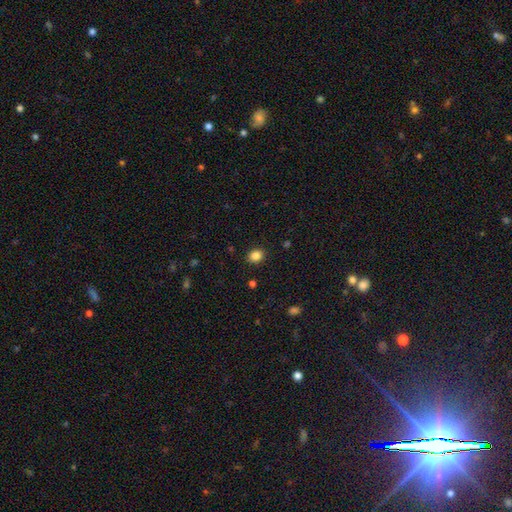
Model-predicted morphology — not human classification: Q: Smooth or featured?
A: smooth (84%); runner-up: star or artifact (11%)
Q: How rounded?
A: round (58%); runner-up: in between (41%)
Q: Merging?
A: none (90%); runner-up: minor disturbance (7%)